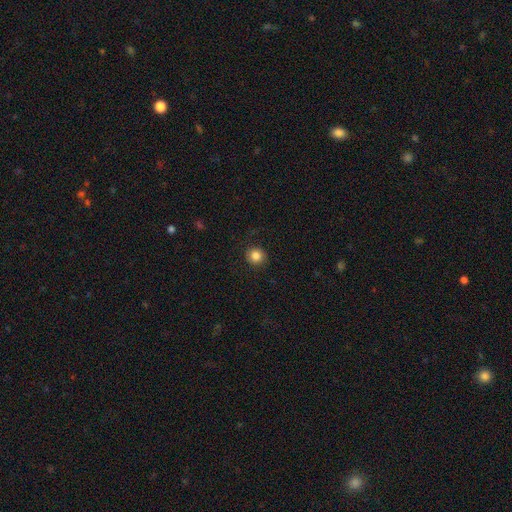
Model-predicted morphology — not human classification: The model was most divided on "smooth or featured": smooth: 84%, star or artifact: 10%, featured or disk: 6%. More confident: how rounded — round (91%); merging — none (86%).